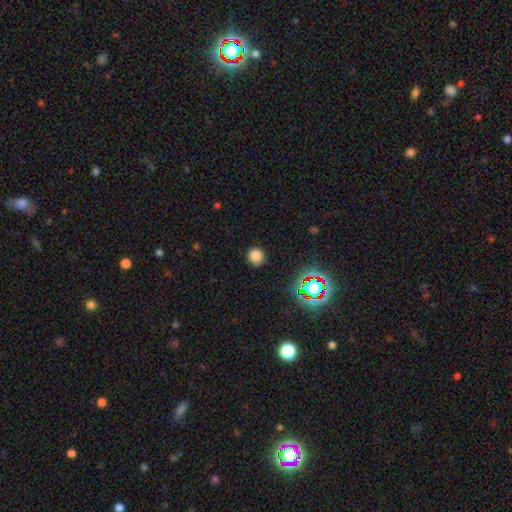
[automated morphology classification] This is likely a smooth galaxy (78%). How rounded: clearly round (89%). Merging: clearly none (88%).